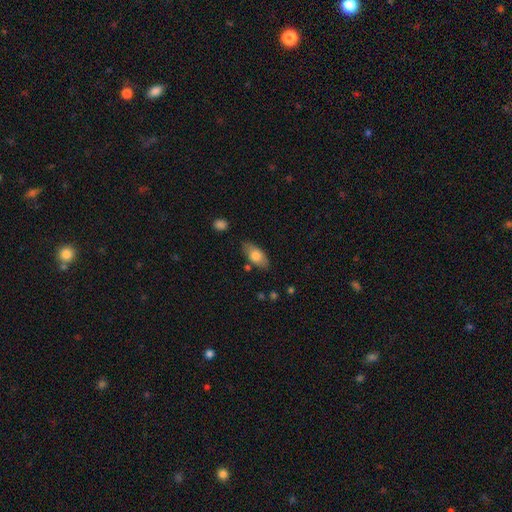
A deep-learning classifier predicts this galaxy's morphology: A smooth galaxy with no disk features (75%) that is in between round and cigar-shaped (89%). Merging: none (78%).